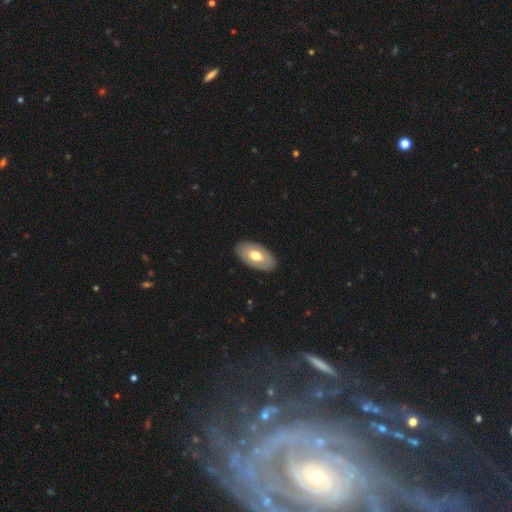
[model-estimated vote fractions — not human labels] A smooth galaxy with no disk features (59%) that is in between round and cigar-shaped (94%). Merging: none (88%).